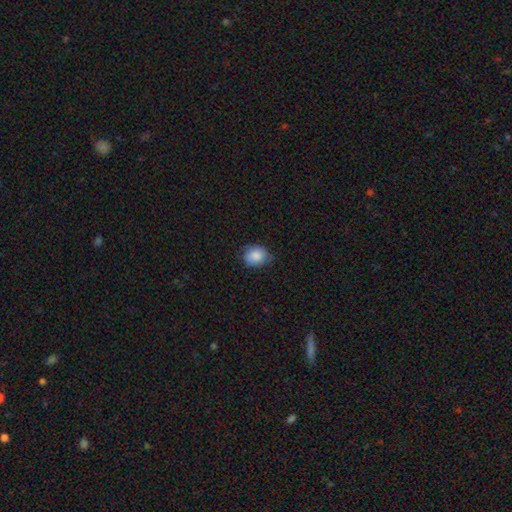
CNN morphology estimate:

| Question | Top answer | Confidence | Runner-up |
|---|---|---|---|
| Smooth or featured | smooth | 85% | star or artifact (8%) |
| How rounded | round | 55% | in between (45%) |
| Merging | none | 69% | minor disturbance (25%) |